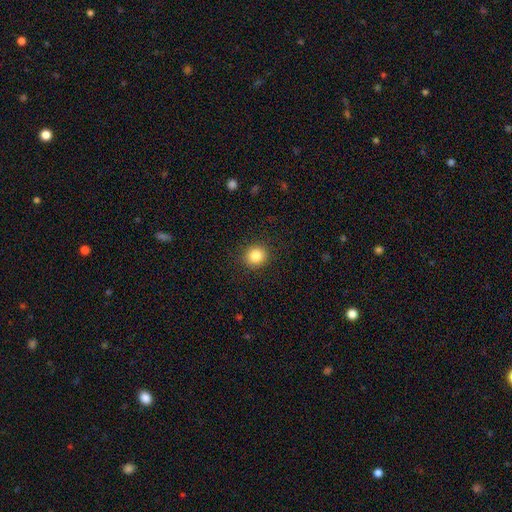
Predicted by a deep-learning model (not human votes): A smooth galaxy with no disk features (85%) that is round (87%).

Vote fractions:
- Smooth or featured? smooth: 85% / star or artifact: 10% / featured or disk: 5%
- How rounded? round: 87% / in between: 13% / cigar-shaped: 1%
- Merging? none: 91% / minor disturbance: 6% / major disturbance: 2% / merger: 1%